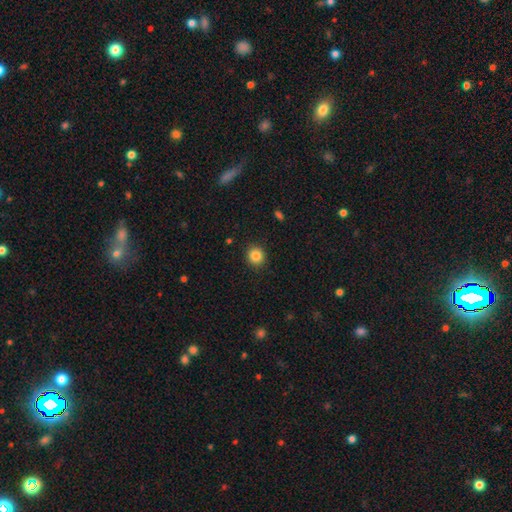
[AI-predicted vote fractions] The model was most divided on "smooth or featured": smooth: 85%, star or artifact: 10%, featured or disk: 5%. More confident: merging — none (91%); how rounded — round (89%).